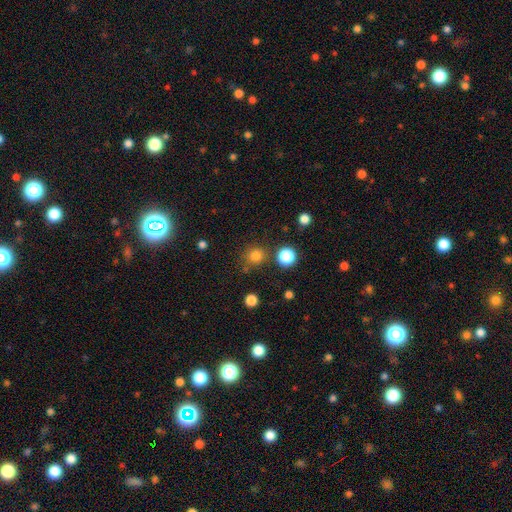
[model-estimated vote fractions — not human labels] A smooth galaxy with no disk features (79%) that is round (87%). Merging: none (77%).